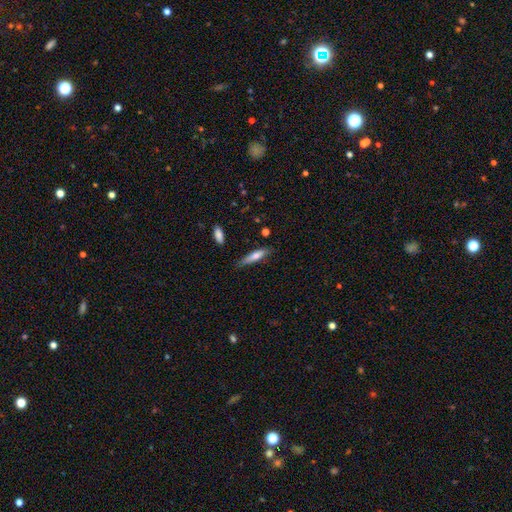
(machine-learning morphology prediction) Smooth or featured?
  - smooth: 67% *
  - featured or disk: 27%
  - star or artifact: 6%
How rounded?
  - cigar-shaped: 78% *
  - in between: 21%
  - round: 2%
Merging?
  - none: 78% *
  - minor disturbance: 17%
  - major disturbance: 3%
  - merger: 2%